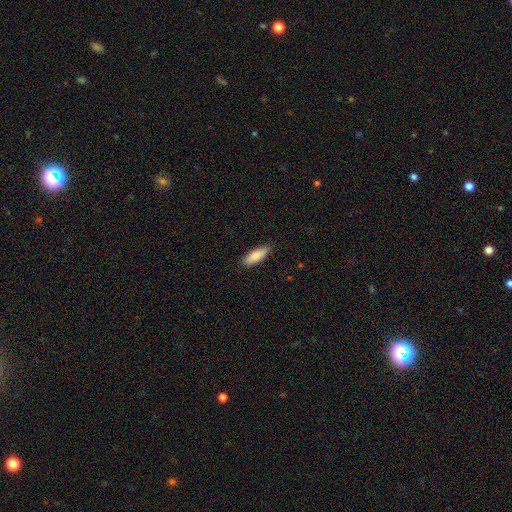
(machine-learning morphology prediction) Q: Smooth or featured?
A: smooth (86%); runner-up: featured or disk (8%)
Q: How rounded?
A: in between (59%); runner-up: cigar-shaped (39%)
Q: Merging?
A: none (86%); runner-up: minor disturbance (11%)